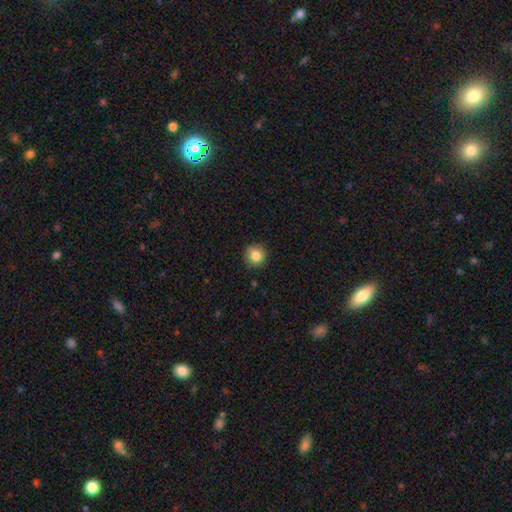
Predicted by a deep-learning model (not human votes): Smooth or featured?
  - smooth: 84% *
  - star or artifact: 10%
  - featured or disk: 6%
How rounded?
  - round: 93% *
  - in between: 6%
  - cigar-shaped: 1%
Merging?
  - none: 88% *
  - minor disturbance: 9%
  - major disturbance: 2%
  - merger: 1%